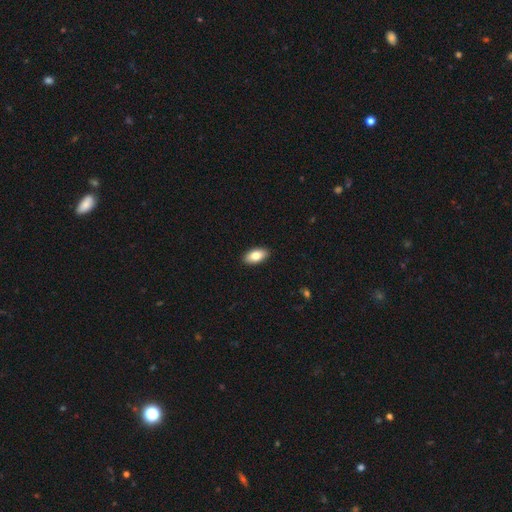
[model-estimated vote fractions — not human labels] Smooth or featured: smooth — 82% (featured or disk — 12%)
How rounded: in between — 93% (cigar-shaped — 4%)
Merging: none — 91% (minor disturbance — 6%)